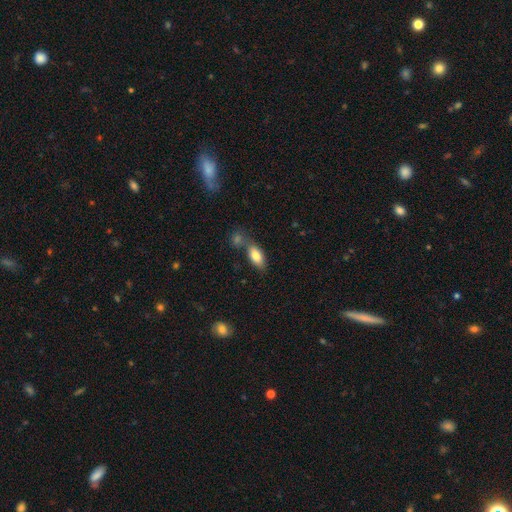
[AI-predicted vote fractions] smooth 81%, featured or disk 12%, star or artifact 7%. Down the decision tree: how rounded — in between (87%); merging — none (57%).